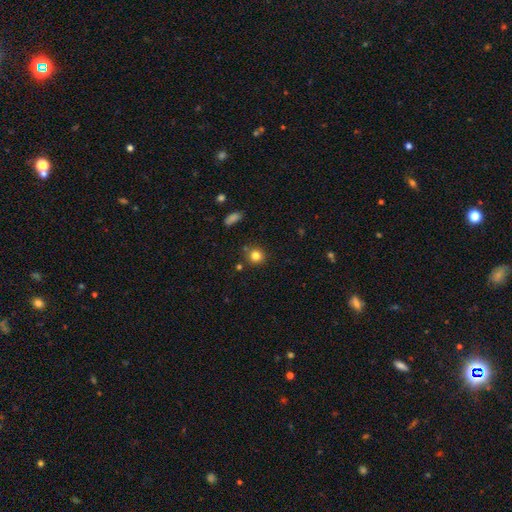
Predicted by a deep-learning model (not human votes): Morphology: type=smooth (81%); roundness=round (88%); merging=none (83%).